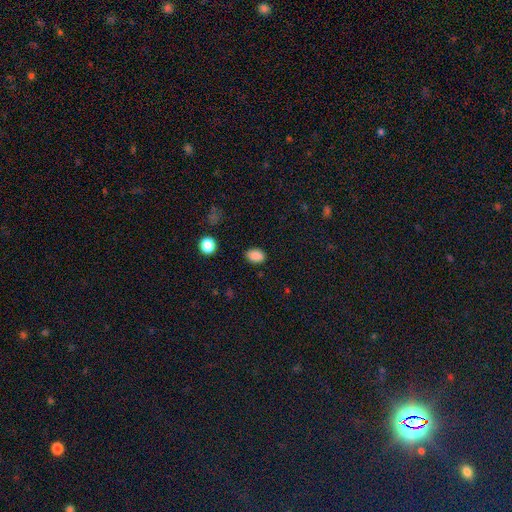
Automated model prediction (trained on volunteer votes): smooth 87%, star or artifact 10%, featured or disk 3%. Down the decision tree: how rounded — in between (81%); merging — none (85%).